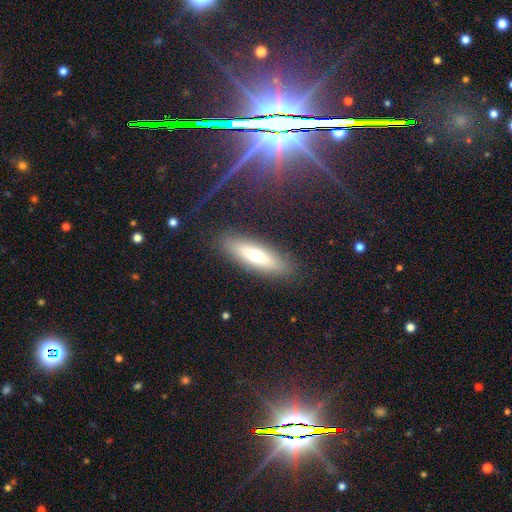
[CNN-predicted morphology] smooth-or-featured: smooth: 58% | featured or disk: 34% | star or artifact: 9%
  how-rounded: cigar-shaped: 61% | in between: 37% | round: 2%
  merging: none: 87% | minor disturbance: 9% | major disturbance: 3% | merger: 1%